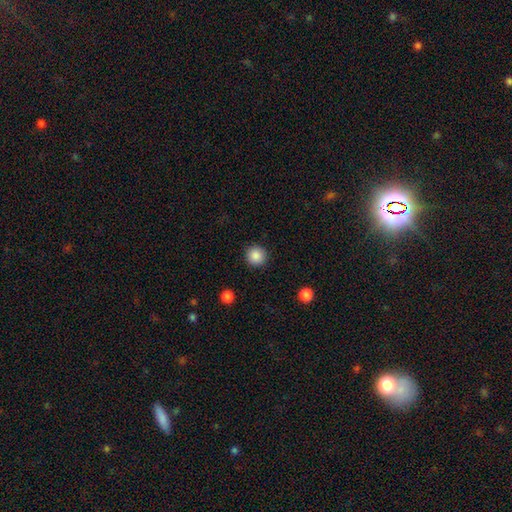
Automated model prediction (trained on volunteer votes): Smooth or featured: smooth — 87% (star or artifact — 9%)
How rounded: round — 95% (in between — 4%)
Merging: none — 92% (minor disturbance — 5%)